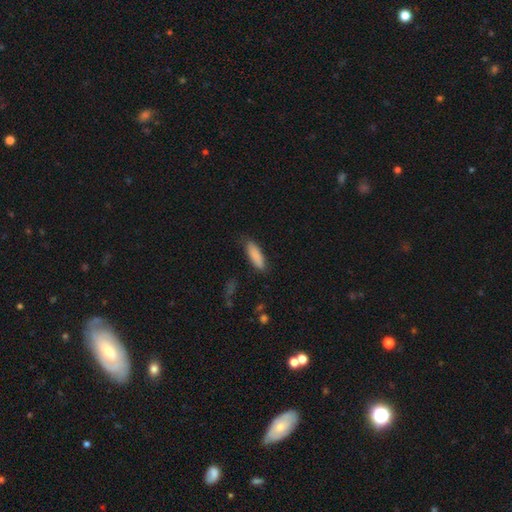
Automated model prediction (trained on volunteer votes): The model was most divided on "how rounded": cigar-shaped: 50%, in between: 49%, round: 2%. More confident: smooth or featured — smooth (87%); merging — none (81%).